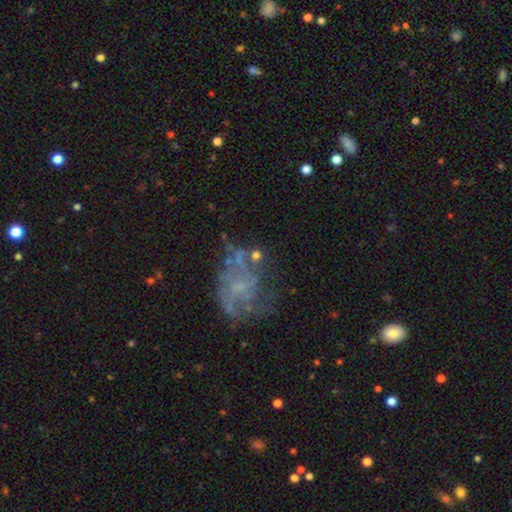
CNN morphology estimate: The model was most divided on "bulge size": none: 43%, small: 35%, moderate: 17%, large: 4%, dominant: 2%. Remaining: edge-on disk — no (97%); bar — no (68%); spiral arms — yes (55%); smooth or featured — featured or disk (54%); merging — none (49%).